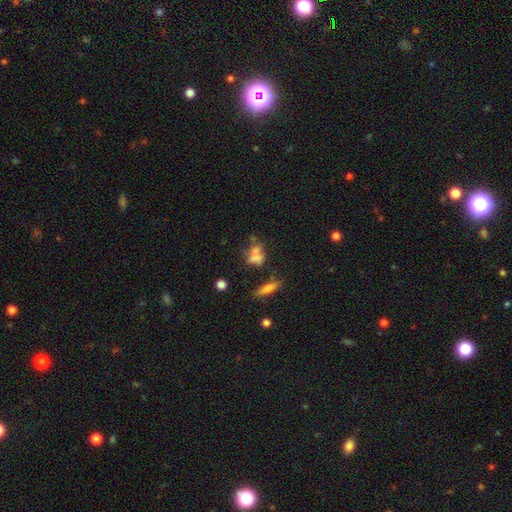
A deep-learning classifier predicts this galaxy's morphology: The model was most divided on "merging": none: 37%, merger: 35%, minor disturbance: 15%, major disturbance: 12%. More confident: how rounded — in between (59%); smooth or featured — smooth (57%).